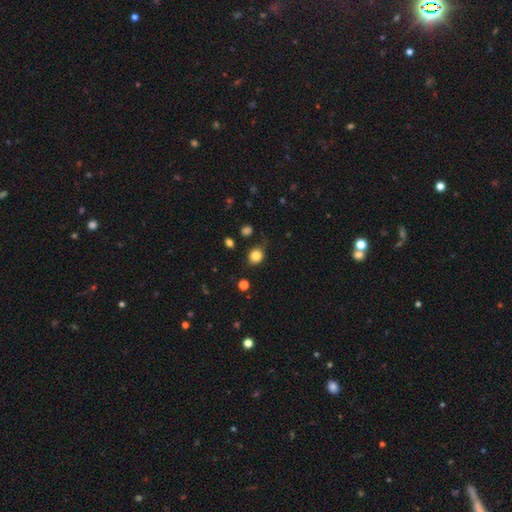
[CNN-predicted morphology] Smooth or featured? smooth (82%)
How rounded? round (67%)
Merging? none (75%)